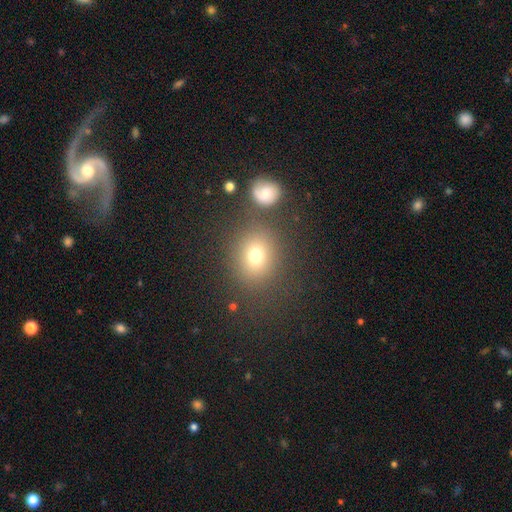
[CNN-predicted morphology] smooth 75%, star or artifact 15%, featured or disk 10%. Down the decision tree: how rounded — round (66%); merging — none (76%).